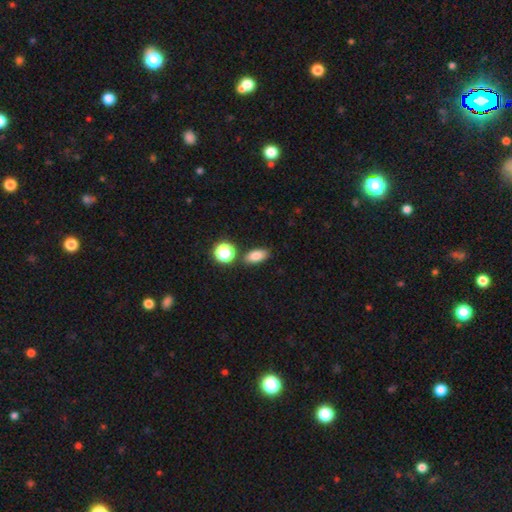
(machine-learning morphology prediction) smooth 81%, star or artifact 11%, featured or disk 8%. Down the decision tree: how rounded — in between (83%); merging — none (79%).